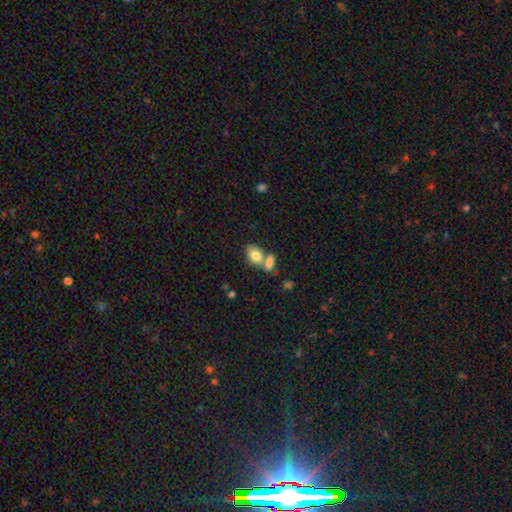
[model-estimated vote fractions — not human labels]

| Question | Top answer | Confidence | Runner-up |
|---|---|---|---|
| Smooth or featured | smooth | 81% | featured or disk (11%) |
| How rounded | in between | 81% | round (17%) |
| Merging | merger | 47% | none (39%) |